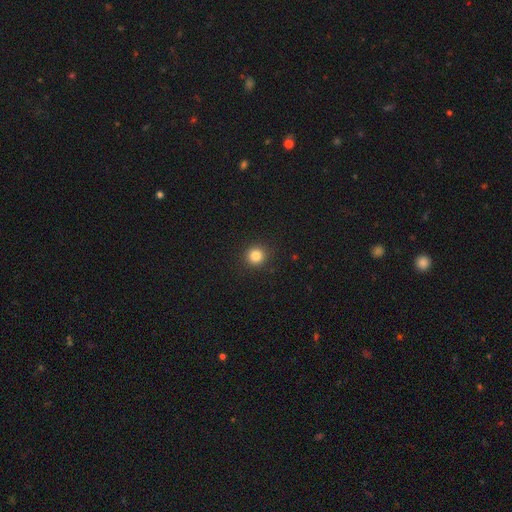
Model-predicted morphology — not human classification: The model was most divided on "smooth or featured": smooth: 84%, star or artifact: 12%, featured or disk: 4%. More confident: how rounded — round (94%); merging — none (92%).